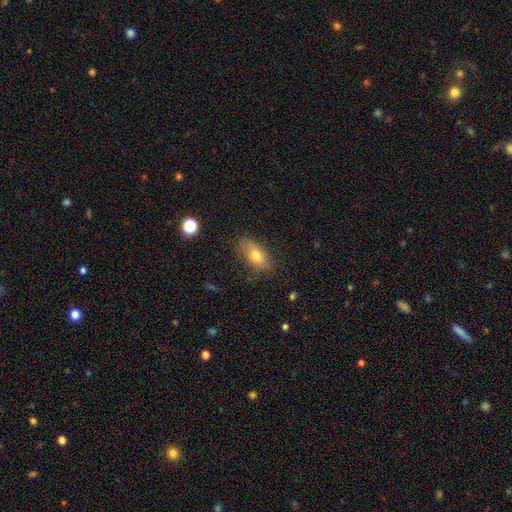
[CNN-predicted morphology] The model was most divided on "merging": none: 72%, minor disturbance: 20%, major disturbance: 6%, merger: 2%. More confident: how rounded — in between (87%); smooth or featured — smooth (75%).